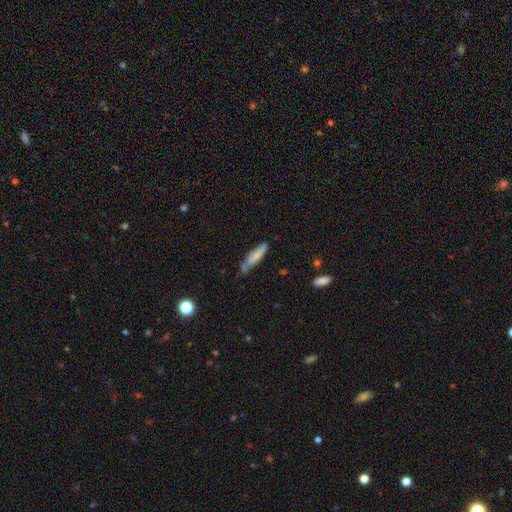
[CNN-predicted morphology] smooth-or-featured: smooth: 73% | featured or disk: 20% | star or artifact: 6%
  how-rounded: cigar-shaped: 78% | in between: 21% | round: 1%
  merging: none: 58% | minor disturbance: 31% | major disturbance: 6% | merger: 5%